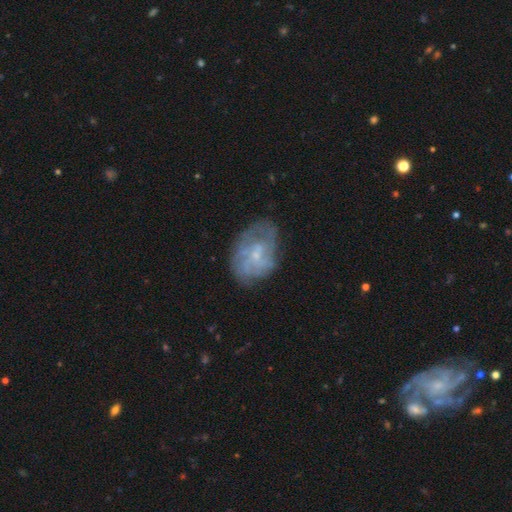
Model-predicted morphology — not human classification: The model was most divided on "bar": no: 65%, weak: 31%, strong: 4%. More confident: edge-on disk — no (97%); spiral arms — yes (70%); bulge size — small (69%); smooth or featured — featured or disk (64%); merging — none (62%).